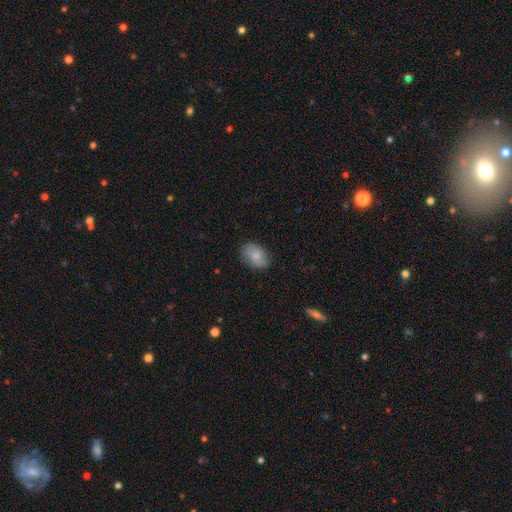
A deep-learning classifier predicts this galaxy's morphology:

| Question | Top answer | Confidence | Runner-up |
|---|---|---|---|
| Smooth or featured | smooth | 76% | featured or disk (17%) |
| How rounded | in between | 82% | round (17%) |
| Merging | none | 81% | minor disturbance (15%) |